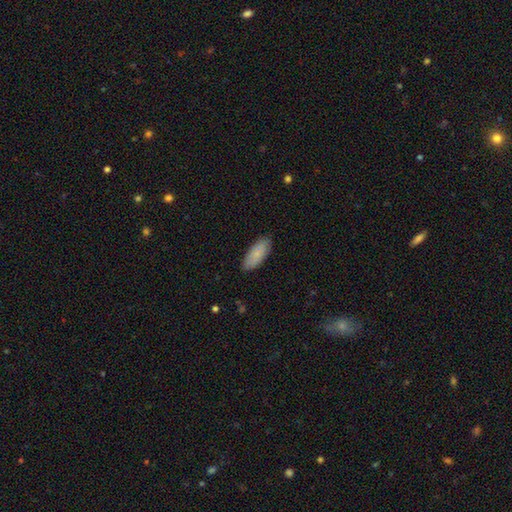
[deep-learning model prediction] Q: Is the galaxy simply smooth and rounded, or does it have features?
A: smooth — 83%.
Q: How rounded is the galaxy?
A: in between — 81%.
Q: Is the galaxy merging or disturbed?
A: none — 85%.